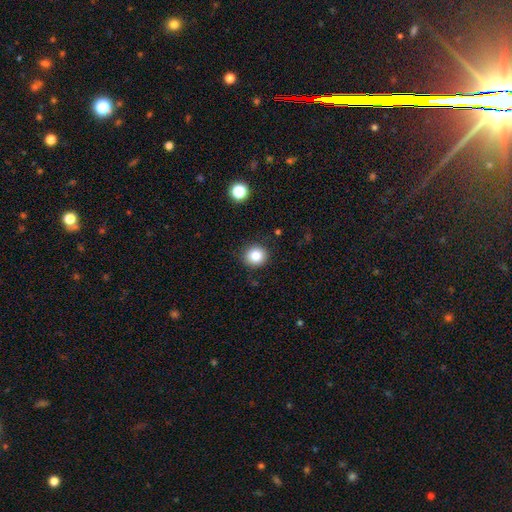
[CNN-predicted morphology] A smooth galaxy with no disk features (84%) that is round (88%).

Vote fractions:
- Smooth or featured? smooth: 84% / star or artifact: 11% / featured or disk: 6%
- How rounded? round: 88% / in between: 12% / cigar-shaped: 1%
- Merging? none: 89% / minor disturbance: 7% / major disturbance: 2% / merger: 1%